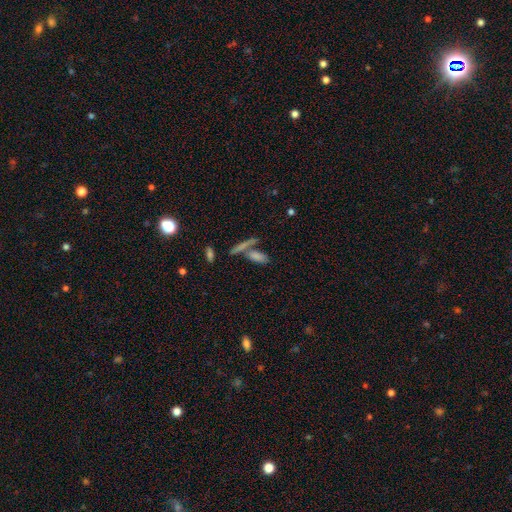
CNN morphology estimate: Smooth or featured? smooth (59%)
How rounded? cigar-shaped (50%)
Merging? none (50%)